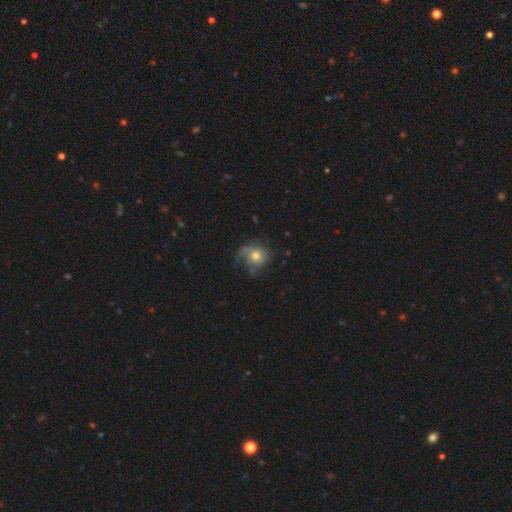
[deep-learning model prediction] Smooth or featured? Predicted: featured or disk (p=0.51). Edge-on disk? Predicted: no (p=0.97). Merging? Predicted: none (p=0.55).